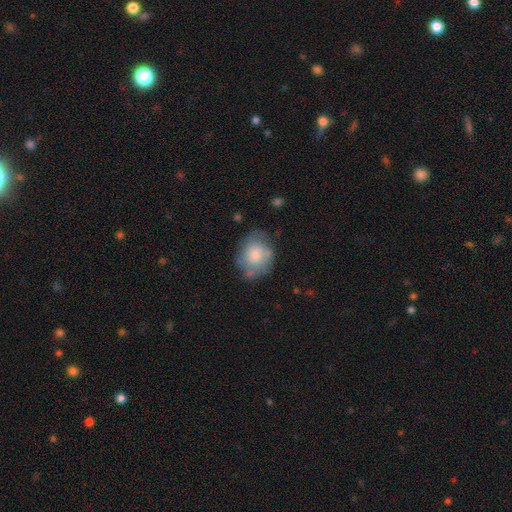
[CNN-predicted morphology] Smooth or featured: smooth — 67% (featured or disk — 26%)
How rounded: round — 53% (in between — 46%)
Merging: none — 54% (minor disturbance — 30%)